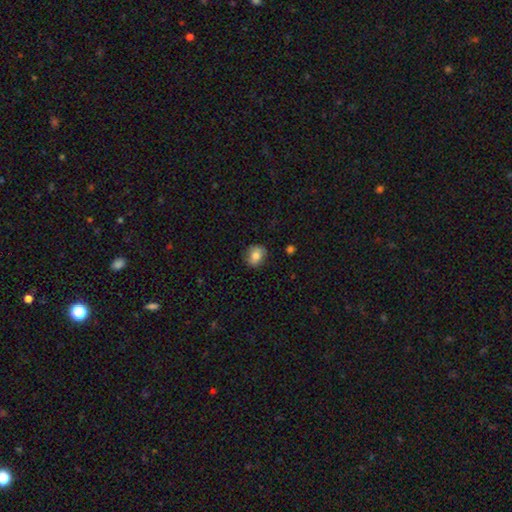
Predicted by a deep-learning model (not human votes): Overall: smooth (81%). How rounded: round (60%; in between 39%). Merging: none (84%).